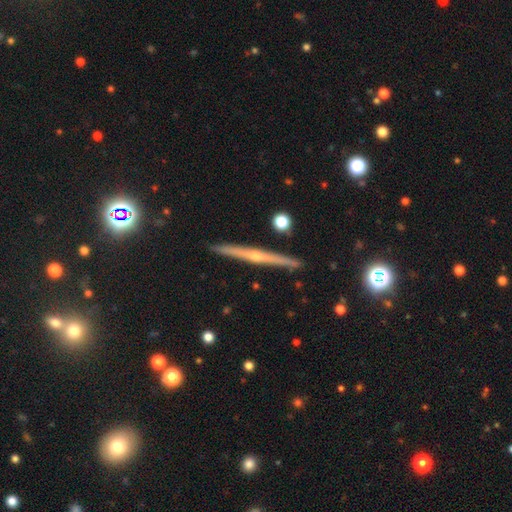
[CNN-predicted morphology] Smooth or featured? featured or disk (78%)
Edge-on disk? yes (98%)
Edge-on bulge? rounded (77%)
Merging? none (91%)